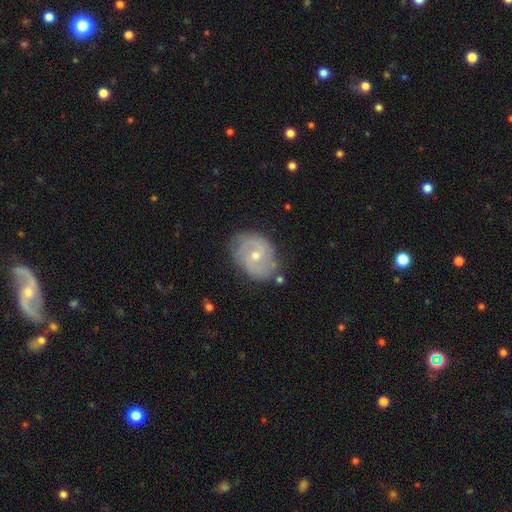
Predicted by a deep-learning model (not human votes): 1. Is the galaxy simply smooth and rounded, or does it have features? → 72% featured or disk, 21% smooth, 7% star or artifact.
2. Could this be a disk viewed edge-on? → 97% no, 3% yes.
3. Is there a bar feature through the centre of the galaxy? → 60% no, 34% weak, 6% strong.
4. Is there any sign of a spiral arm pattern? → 86% yes, 14% no.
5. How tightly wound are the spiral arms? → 42% tight, 41% medium, 16% loose.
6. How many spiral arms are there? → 63% 2, 20% can't tell, 9% 3, 3% 1, 2% 4, 2% more than 4.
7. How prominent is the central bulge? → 50% moderate, 47% small, 1% large, 1% none, 1% dominant.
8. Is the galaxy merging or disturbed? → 73% none, 19% minor disturbance, 5% major disturbance, 3% merger.